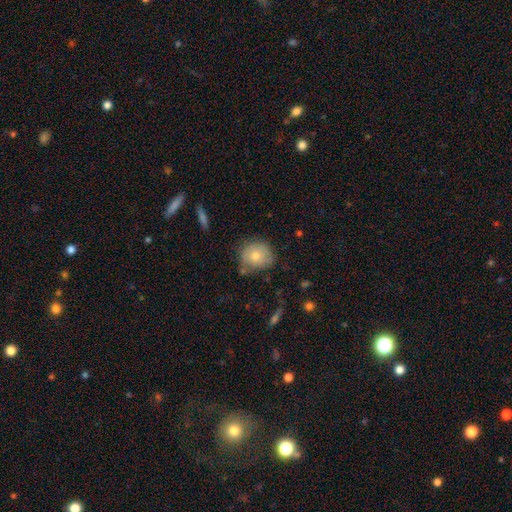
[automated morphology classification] Smooth or featured?
  - smooth: 73% *
  - featured or disk: 19%
  - star or artifact: 8%
How rounded?
  - round: 83% *
  - in between: 16%
  - cigar-shaped: 1%
Merging?
  - none: 67% *
  - minor disturbance: 23%
  - major disturbance: 5%
  - merger: 4%